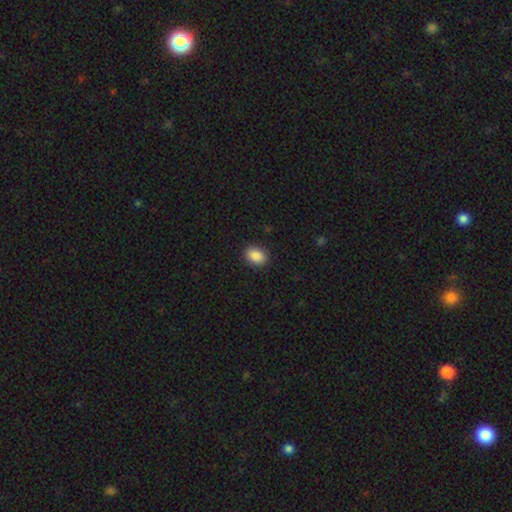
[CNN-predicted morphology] Q: Smooth or featured?
A: smooth (89%); runner-up: star or artifact (8%)
Q: How rounded?
A: in between (74%); runner-up: round (25%)
Q: Merging?
A: none (90%); runner-up: minor disturbance (7%)